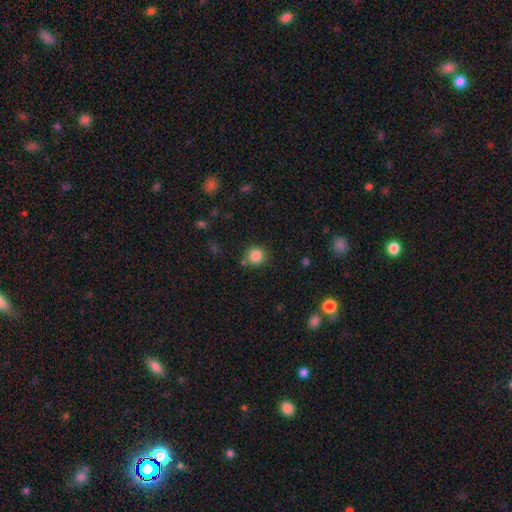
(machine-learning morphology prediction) Overall: smooth (84%). How rounded: round (91%). Merging: none (79%).